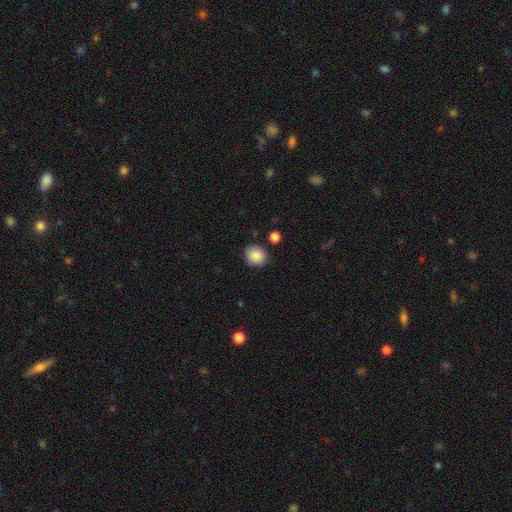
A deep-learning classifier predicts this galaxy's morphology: Smooth or featured: smooth — 87% (star or artifact — 8%)
How rounded: round — 81% (in between — 19%)
Merging: none — 85% (minor disturbance — 10%)